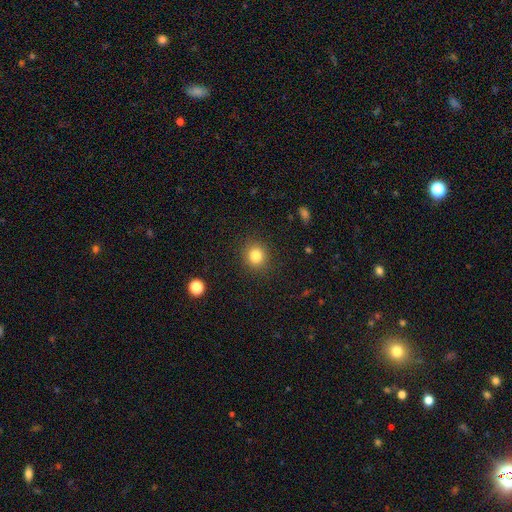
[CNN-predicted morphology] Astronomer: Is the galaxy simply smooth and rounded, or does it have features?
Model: smooth — 82%.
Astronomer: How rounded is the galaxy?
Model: round — 88%.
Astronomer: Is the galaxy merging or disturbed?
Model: none — 90%.